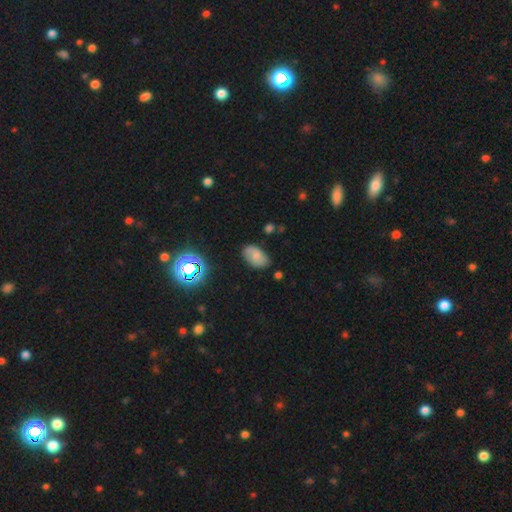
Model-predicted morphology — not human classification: A smooth galaxy with no disk features (63%) that is in between round and cigar-shaped (90%).

Vote fractions:
- Smooth or featured? smooth: 63% / featured or disk: 23% / star or artifact: 14%
- How rounded? in between: 90% / round: 9% / cigar-shaped: 1%
- Merging? none: 73% / minor disturbance: 20% / major disturbance: 4% / merger: 3%